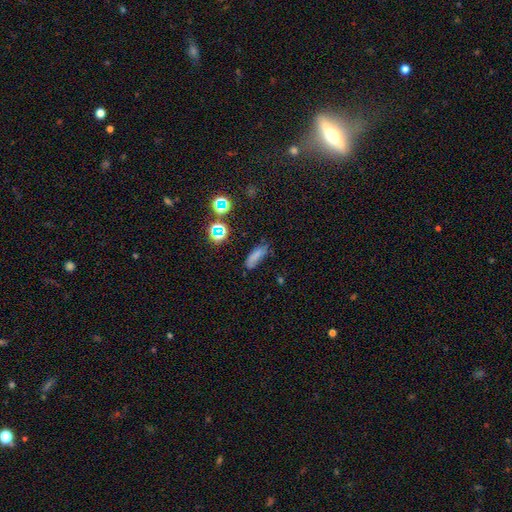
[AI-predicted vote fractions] smooth 70%, star or artifact 18%, featured or disk 12%. Down the decision tree: how rounded — in between (54%); merging — none (60%).